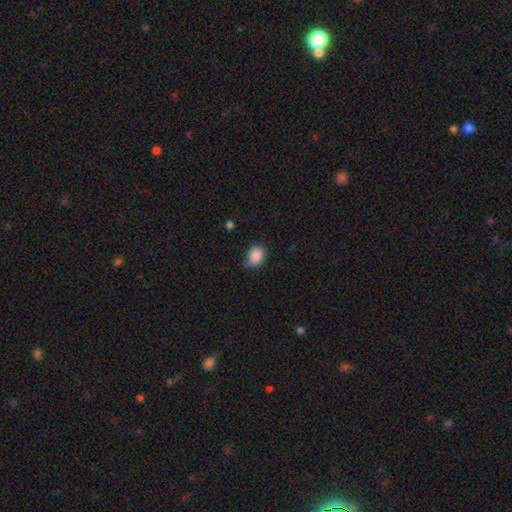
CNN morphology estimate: A smooth galaxy with no disk features (87%) that is in between round and cigar-shaped (61%). Merging: none (66%).